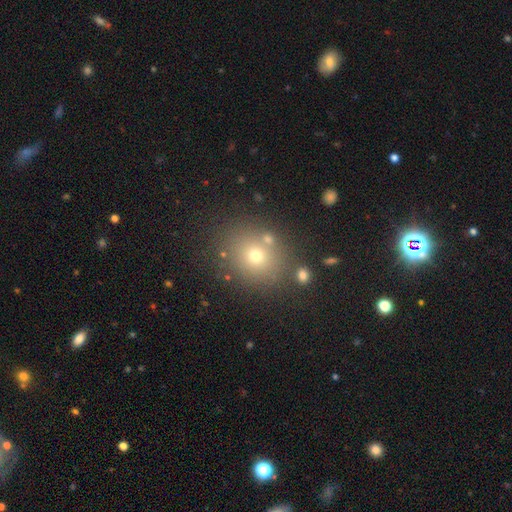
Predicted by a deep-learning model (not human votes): A smooth galaxy with no disk features (66%) that is round (73%).

Vote fractions:
- Smooth or featured? smooth: 66% / star or artifact: 21% / featured or disk: 13%
- How rounded? round: 73% / in between: 26% / cigar-shaped: 1%
- Merging? none: 78% / minor disturbance: 9% / merger: 9% / major disturbance: 4%